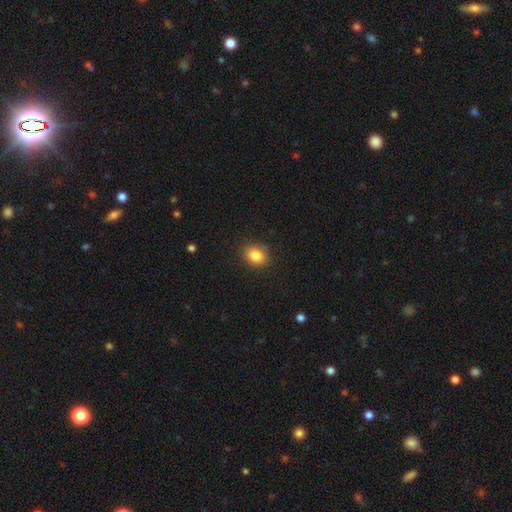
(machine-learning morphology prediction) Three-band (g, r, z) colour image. It shows a smooth galaxy with no disk features (84%) that is in between round and cigar-shaped (56%). Merging: none (86%).